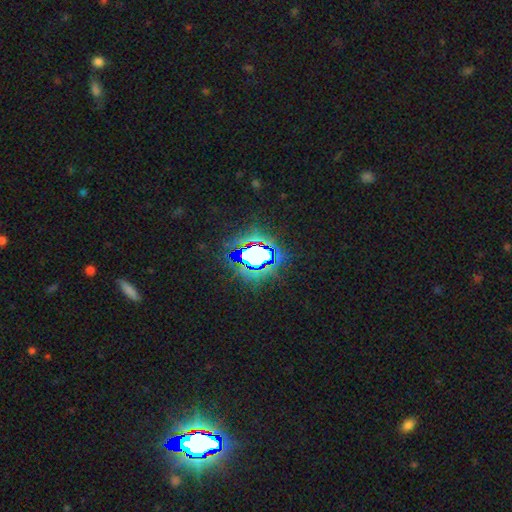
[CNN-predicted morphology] This appears to be a star or artifact, not a galaxy (72%).